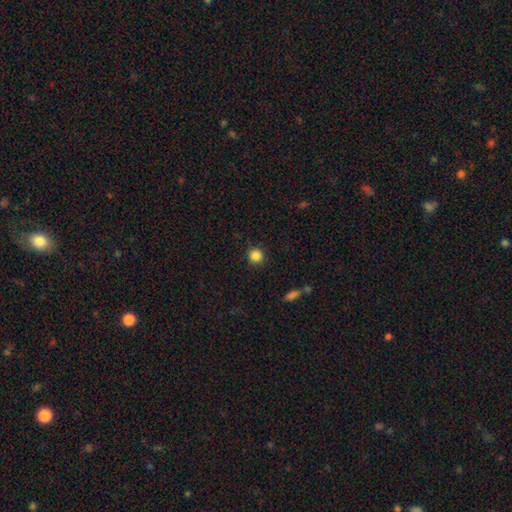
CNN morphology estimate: Q: Smooth or featured?
A: smooth (85%); runner-up: star or artifact (11%)
Q: How rounded?
A: round (93%); runner-up: in between (6%)
Q: Merging?
A: none (91%); runner-up: minor disturbance (6%)